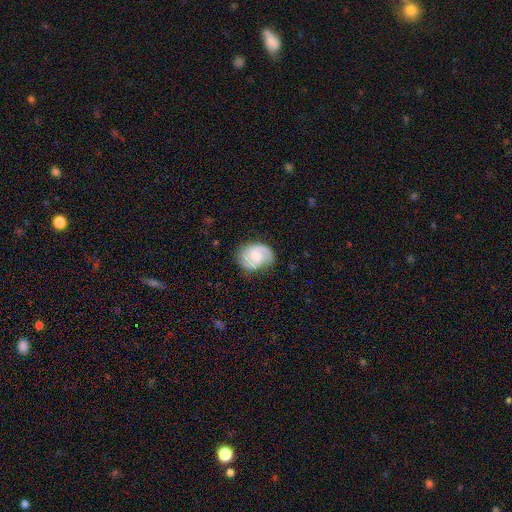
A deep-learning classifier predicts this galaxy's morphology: featured or disk 77%, smooth 17%, star or artifact 6%. Down the decision tree: edge-on disk — no (98%); bar — no (57%); spiral arms — yes (96%); spiral arm count — 2 (84%); spiral winding — medium (50%); bulge size — moderate (41%); merging — none (75%).